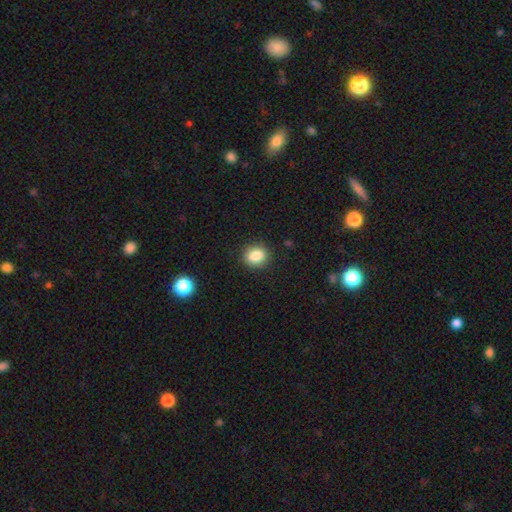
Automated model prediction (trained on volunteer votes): A smooth galaxy with no disk features (86%) that is round (59%). Merging: none (88%).